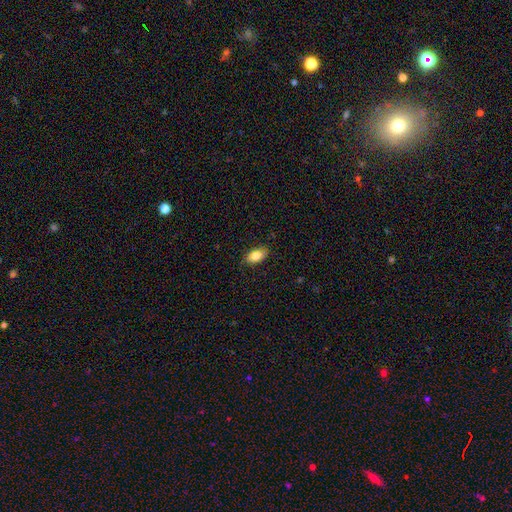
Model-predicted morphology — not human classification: This appears to be a smooth galaxy with no disk features (84%) that is in between round and cigar-shaped (92%). Merging: none (85%).